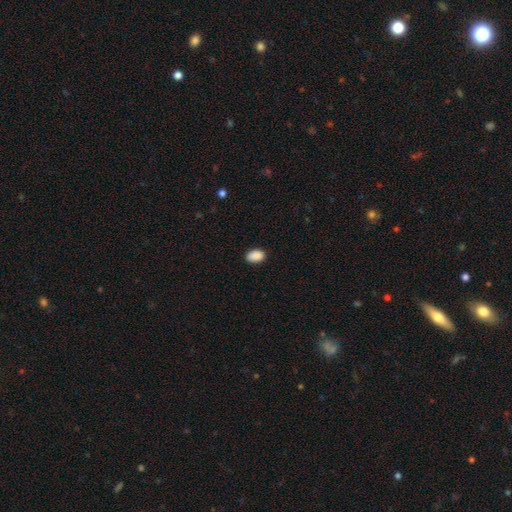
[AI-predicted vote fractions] A smooth galaxy with no disk features (90%) that is in between round and cigar-shaped (90%).

Vote fractions:
- Smooth or featured? smooth: 90% / star or artifact: 8% / featured or disk: 2%
- How rounded? in between: 90% / round: 9% / cigar-shaped: 1%
- Merging? none: 87% / minor disturbance: 10% / major disturbance: 2% / merger: 1%